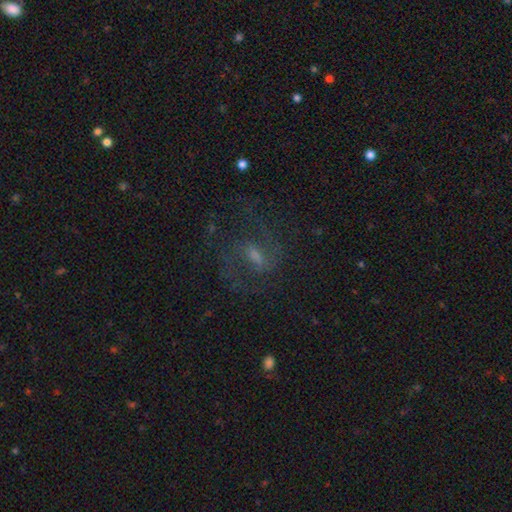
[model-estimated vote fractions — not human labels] smooth-or-featured: featured or disk: 68% | smooth: 18% | star or artifact: 14%
  disk-edge-on: no: 95% | yes: 5%
    bar: weak: 53% | strong: 29% | no: 18%
    has-spiral-arms: yes: 87% | no: 13%
      spiral-winding: medium: 53% | loose: 30% | tight: 17%
      spiral-arm-count: 2: 81% | can't tell: 10% | 1: 3% | 3: 3% | 4: 2% | more than 4: 2%
    bulge-size: moderate: 41% | small: 36% | none: 14% | large: 8% | dominant: 2%
  merging: none: 65% | major disturbance: 17% | minor disturbance: 16% | merger: 2%